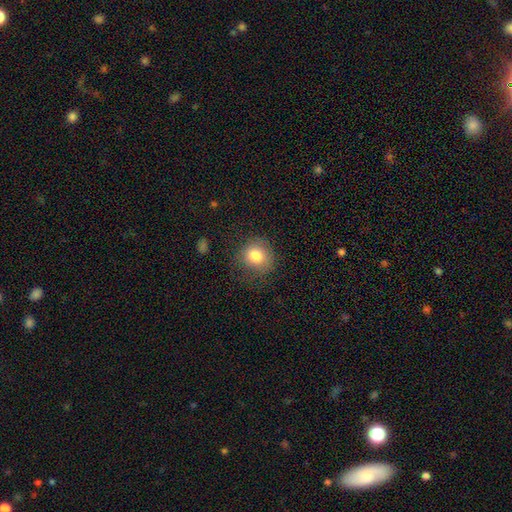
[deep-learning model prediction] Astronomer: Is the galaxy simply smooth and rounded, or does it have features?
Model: smooth — 81%.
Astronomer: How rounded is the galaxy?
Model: round — 80%.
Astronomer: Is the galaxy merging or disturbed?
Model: none — 67%.